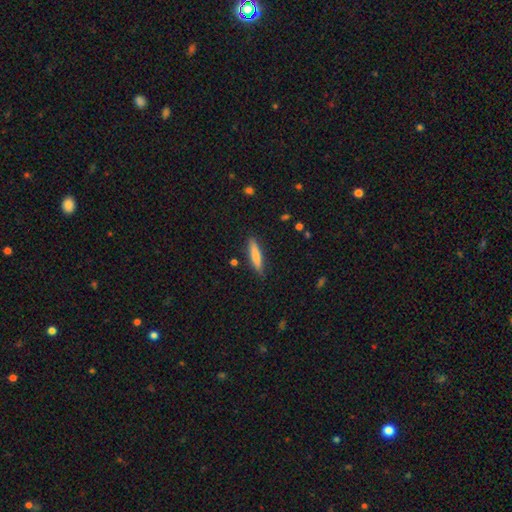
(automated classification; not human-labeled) smooth_or_featured: smooth (p=0.76) [alt: featured or disk p=0.18]
how_rounded: cigar-shaped (p=0.84) [alt: in between p=0.14]
merging: none (p=0.86) [alt: minor disturbance p=0.10]